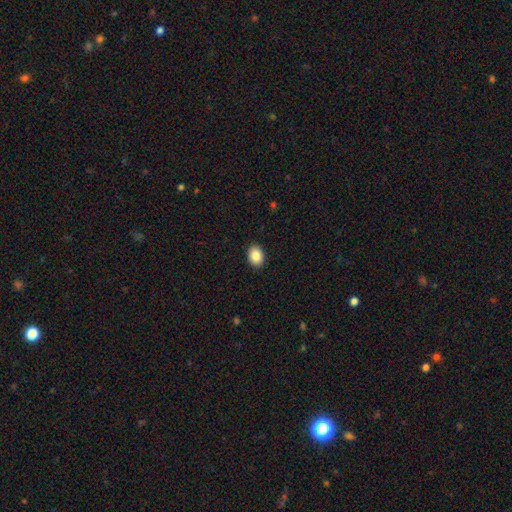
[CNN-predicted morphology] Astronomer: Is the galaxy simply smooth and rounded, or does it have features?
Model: smooth — 87%.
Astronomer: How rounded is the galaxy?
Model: in between — 70%.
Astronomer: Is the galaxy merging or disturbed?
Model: none — 91%.